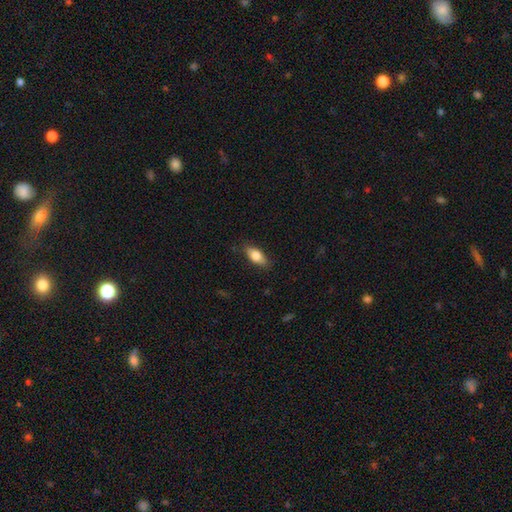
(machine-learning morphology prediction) smooth-or-featured: smooth: 75% | featured or disk: 19% | star or artifact: 7%
  how-rounded: in between: 82% | cigar-shaped: 14% | round: 4%
  merging: none: 81% | minor disturbance: 15% | major disturbance: 3% | merger: 1%